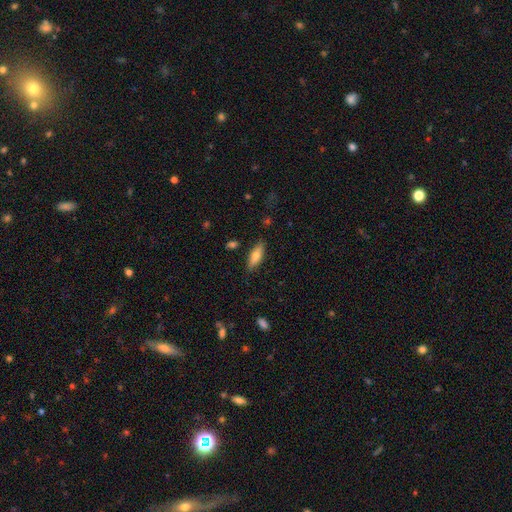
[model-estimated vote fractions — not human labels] Overall: smooth (72%). How rounded: in between (62%; cigar-shaped 36%). Merging: none (84%).